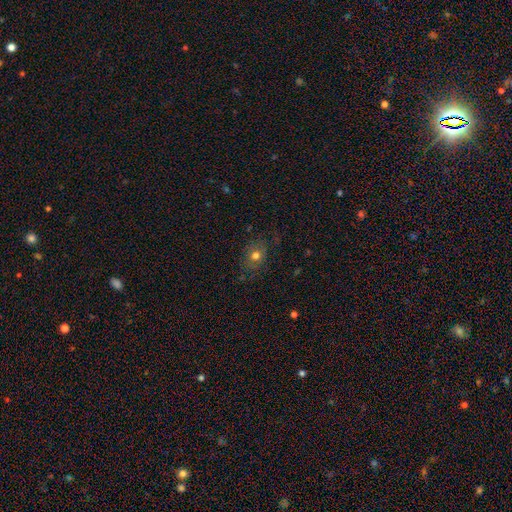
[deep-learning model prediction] smooth-or-featured: smooth: 68% | featured or disk: 17% | star or artifact: 14%
  how-rounded: in between: 54% | round: 44% | cigar-shaped: 2%
  merging: none: 76% | minor disturbance: 17% | major disturbance: 6% | merger: 1%